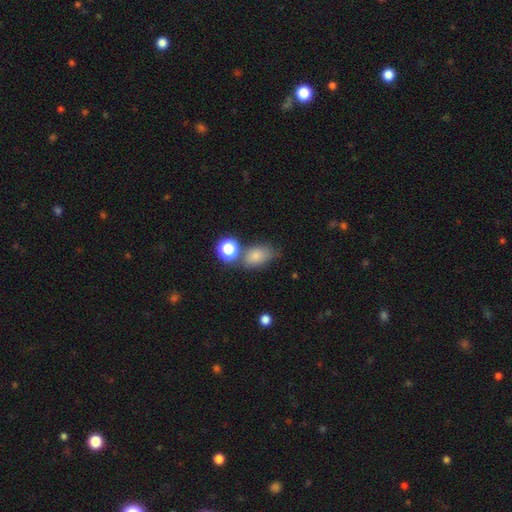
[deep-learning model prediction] A smooth galaxy with no disk features (77%) that is in between round and cigar-shaped (80%). Merging: none (56%).